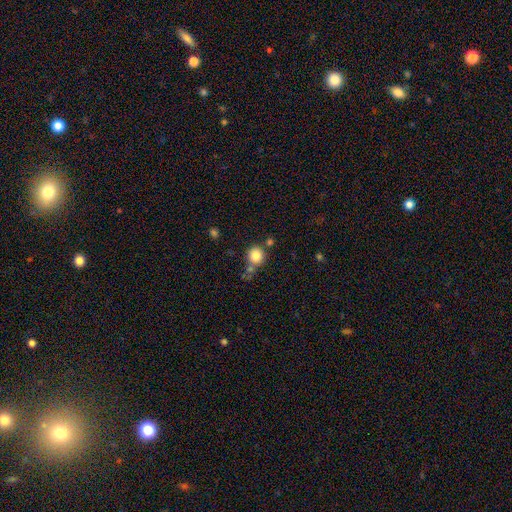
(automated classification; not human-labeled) Smooth or featured? smooth (83%)
How rounded? round (90%)
Merging? none (65%)